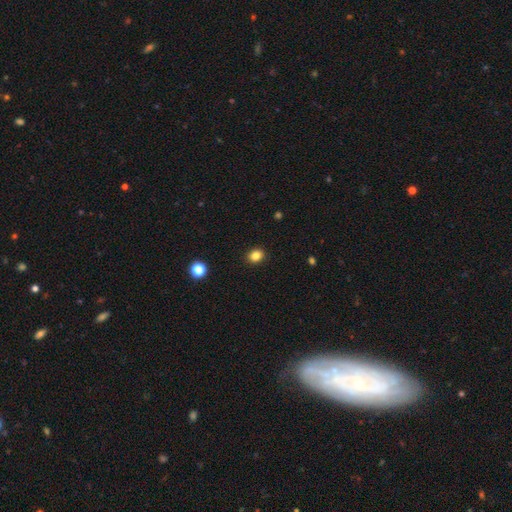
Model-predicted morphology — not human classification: This is clearly a smooth galaxy (84%). How rounded: likely round (64%). Merging: clearly none (91%).